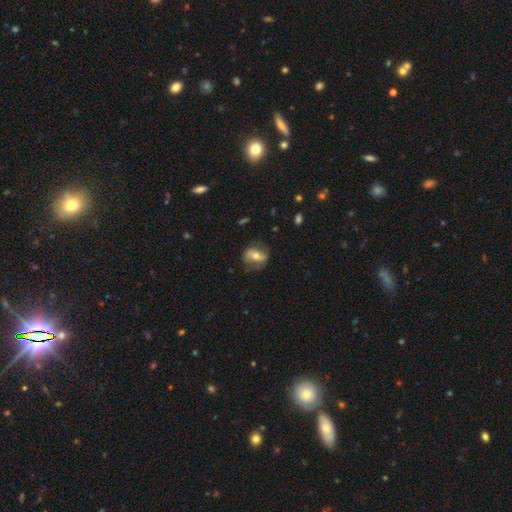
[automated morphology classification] Smooth or featured: featured or disk — 57% (smooth — 35%)
Edge-on disk: no — 92% (yes — 8%)
Bar: strong — 36% (no — 33%)
Spiral arms: yes — 71% (no — 29%)
Bulge size: moderate — 69% (small — 23%)
Merging: none — 72% (minor disturbance — 19%)